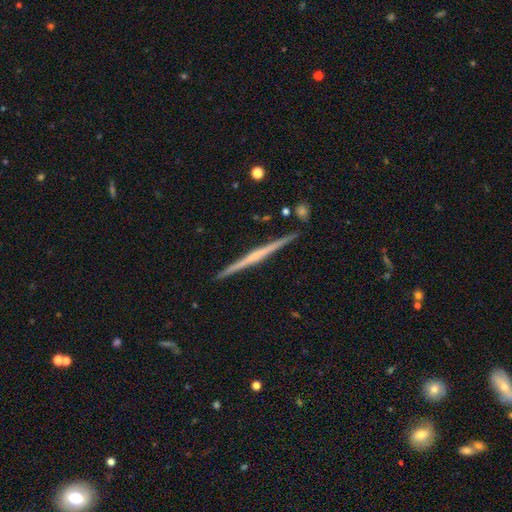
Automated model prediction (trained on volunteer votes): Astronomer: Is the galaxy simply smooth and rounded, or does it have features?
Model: featured or disk — 74%.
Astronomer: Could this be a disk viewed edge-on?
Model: yes — 98%.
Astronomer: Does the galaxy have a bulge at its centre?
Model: none — 57%.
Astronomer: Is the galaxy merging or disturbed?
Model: none — 92%.